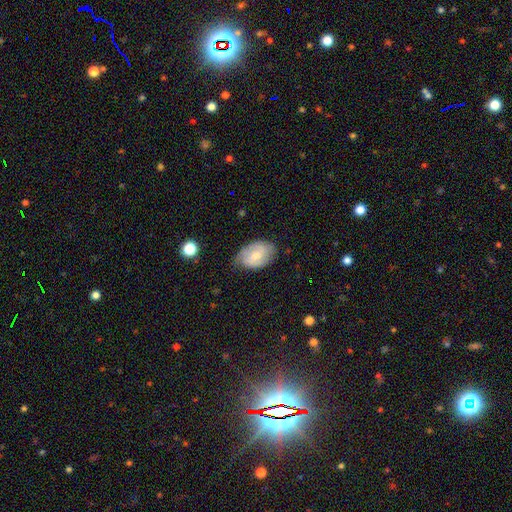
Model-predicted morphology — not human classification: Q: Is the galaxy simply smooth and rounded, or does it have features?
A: featured or disk — 56%.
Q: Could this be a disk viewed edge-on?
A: no — 96%.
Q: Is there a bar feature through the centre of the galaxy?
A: weak — 52%.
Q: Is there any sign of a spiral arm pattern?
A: yes — 83%.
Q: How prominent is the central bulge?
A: moderate — 52%.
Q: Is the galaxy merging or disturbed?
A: none — 67%.